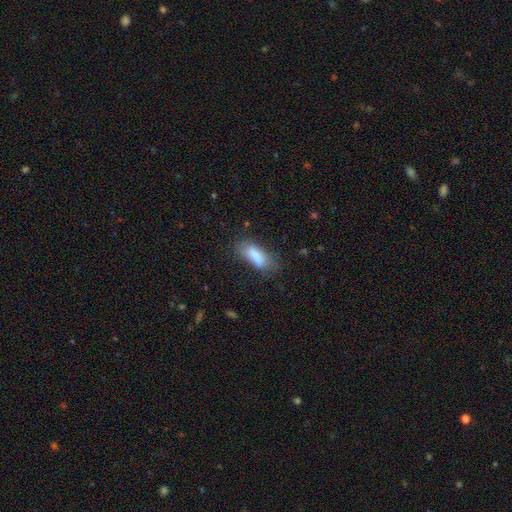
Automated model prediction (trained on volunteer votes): The model was most divided on "merging": none: 59%, minor disturbance: 27%, major disturbance: 12%, merger: 3%. More confident: smooth or featured — smooth (82%); how rounded — in between (75%).